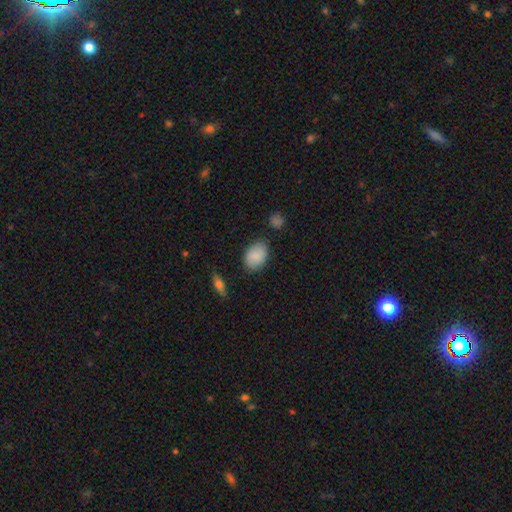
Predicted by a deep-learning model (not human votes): Smooth or featured? smooth (87%)
How rounded? in between (86%)
Merging? none (81%)